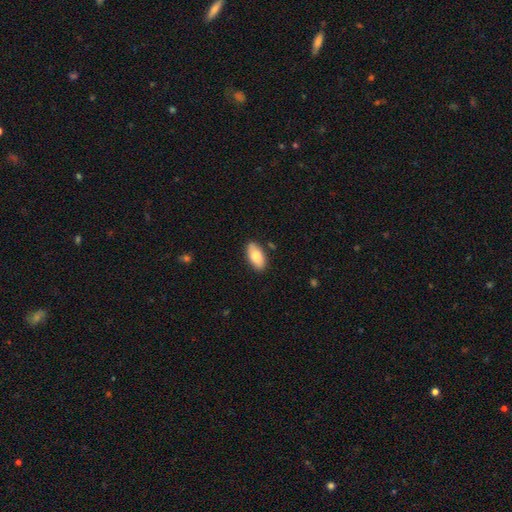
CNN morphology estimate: Smooth or featured? Predicted: smooth (p=0.78). How rounded? Predicted: in between (p=0.92). Merging? Predicted: none (p=0.86).